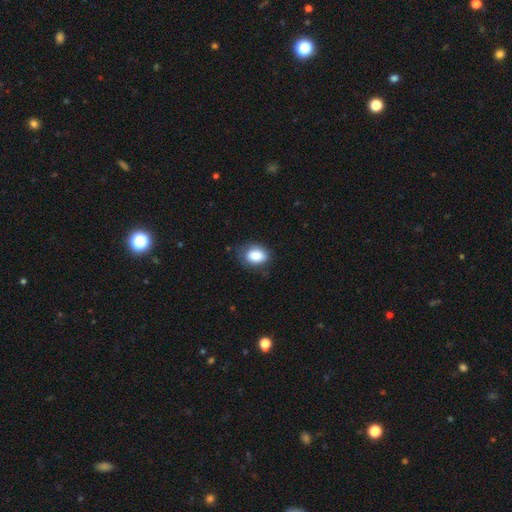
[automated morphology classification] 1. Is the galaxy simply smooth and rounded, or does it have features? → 86% smooth, 8% star or artifact, 7% featured or disk.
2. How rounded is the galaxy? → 76% in between, 23% round, 1% cigar-shaped.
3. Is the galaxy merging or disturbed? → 71% none, 22% minor disturbance, 5% major disturbance, 1% merger.